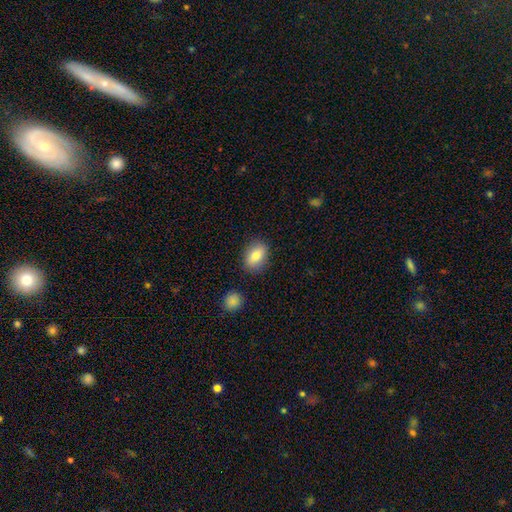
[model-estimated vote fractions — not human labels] The model was most divided on "how rounded": in between: 82%, round: 16%, cigar-shaped: 2%. More confident: smooth or featured — smooth (84%); merging — none (82%).